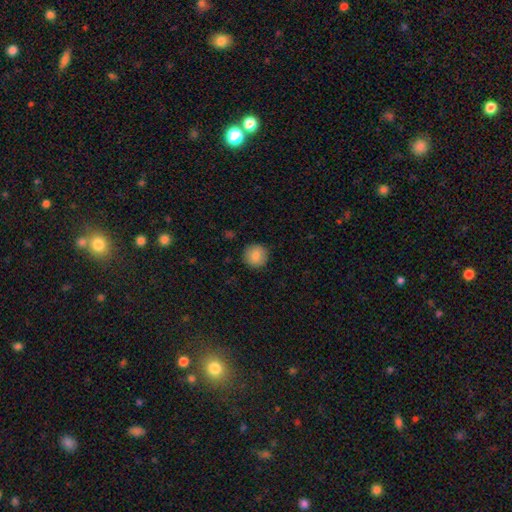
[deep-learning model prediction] The model was most divided on "smooth or featured": smooth: 86%, star or artifact: 8%, featured or disk: 6%. More confident: how rounded — round (94%); merging — none (90%).